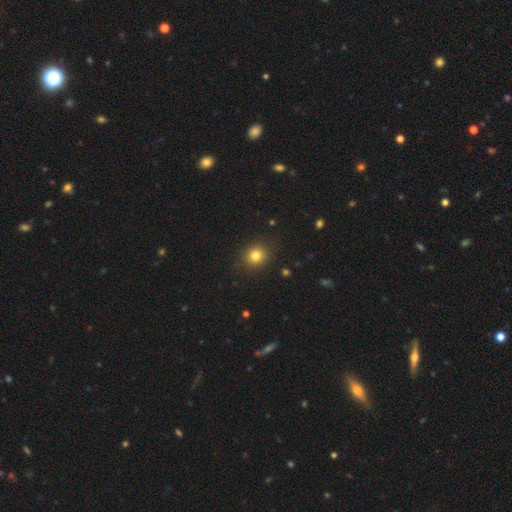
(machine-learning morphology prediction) Smooth or featured: smooth — 81% (star or artifact — 13%)
How rounded: round — 86% (in between — 13%)
Merging: none — 90% (minor disturbance — 7%)